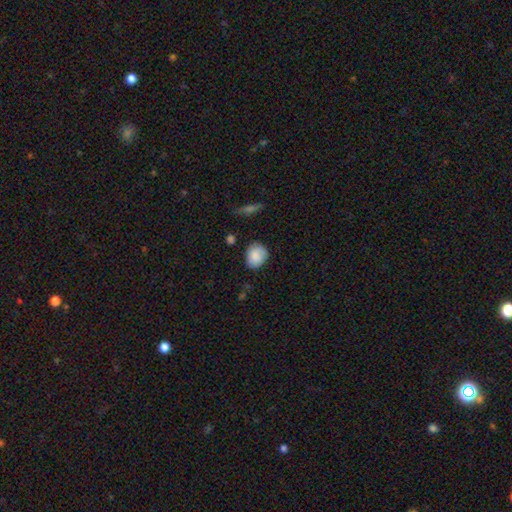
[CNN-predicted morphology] Overall: smooth (87%). How rounded: round (62%; in between 37%). Merging: none (75%).